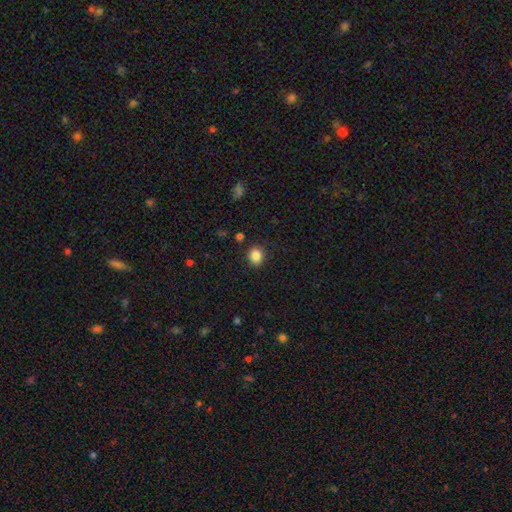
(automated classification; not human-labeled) smooth 86%, star or artifact 10%, featured or disk 4%. Down the decision tree: how rounded — round (70%); merging — none (87%).